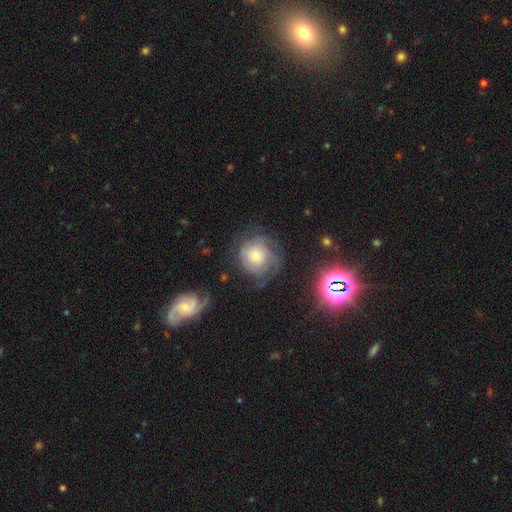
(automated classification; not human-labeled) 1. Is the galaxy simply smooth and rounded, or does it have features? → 60% featured or disk, 30% smooth, 10% star or artifact.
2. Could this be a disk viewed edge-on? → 97% no, 3% yes.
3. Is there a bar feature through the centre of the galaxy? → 80% no, 17% weak, 3% strong.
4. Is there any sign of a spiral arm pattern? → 85% yes, 15% no.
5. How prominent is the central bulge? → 39% small, 38% moderate, 16% large, 4% none, 3% dominant.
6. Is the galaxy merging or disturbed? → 60% none, 20% minor disturbance, 18% major disturbance, 2% merger.